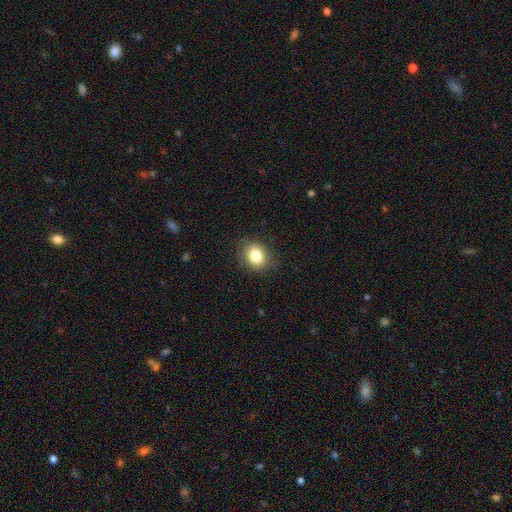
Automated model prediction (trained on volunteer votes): The model was most divided on "how rounded": round: 56%, in between: 44%, cigar-shaped: 1%. More confident: merging — none (83%); smooth or featured — smooth (82%).